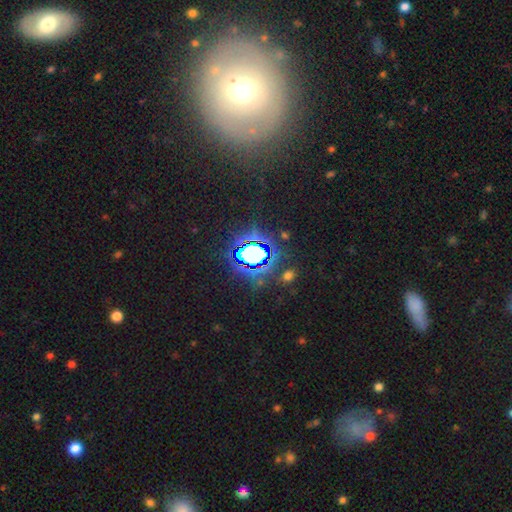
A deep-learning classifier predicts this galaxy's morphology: Smooth or featured? star or artifact (77%)